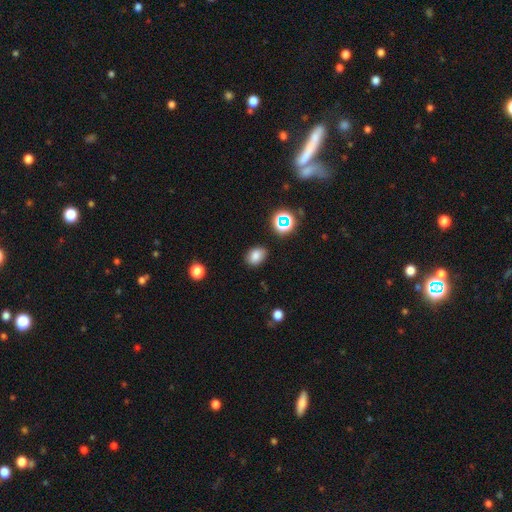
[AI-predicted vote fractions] Overall: smooth (81%). How rounded: in between (72%). Merging: none (84%).